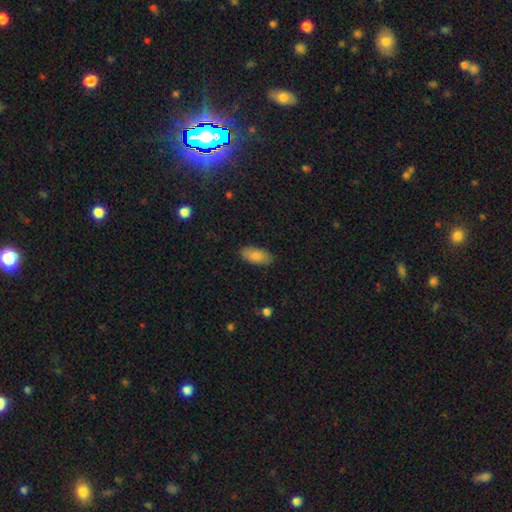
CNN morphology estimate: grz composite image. It shows a smooth galaxy with no disk features (84%) that is in between round and cigar-shaped (92%). Merging: none (87%).